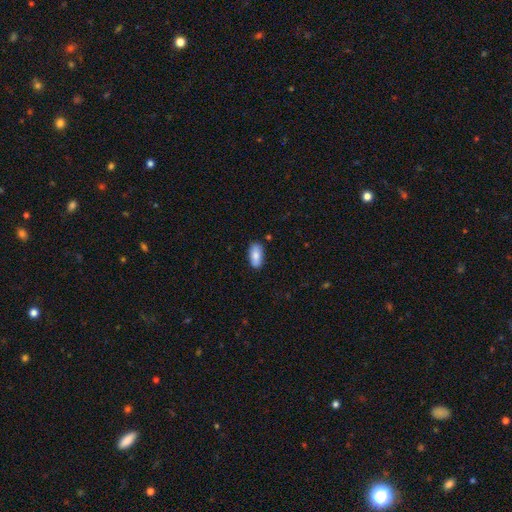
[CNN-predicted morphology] Smooth or featured? smooth (83%)
How rounded? in between (89%)
Merging? none (84%)